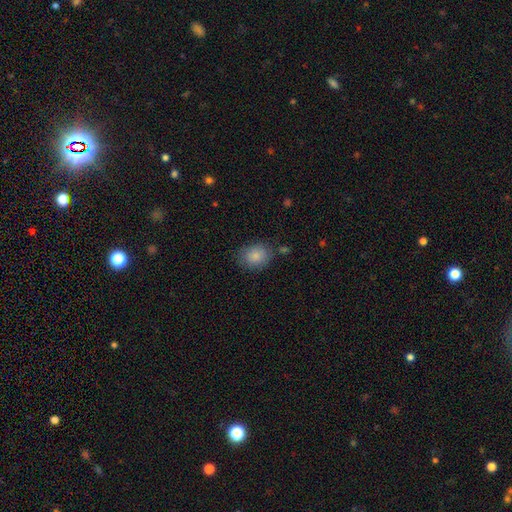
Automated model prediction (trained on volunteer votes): Overall: smooth (85%). How rounded: round (50%; in between 49%). Merging: none (76%).